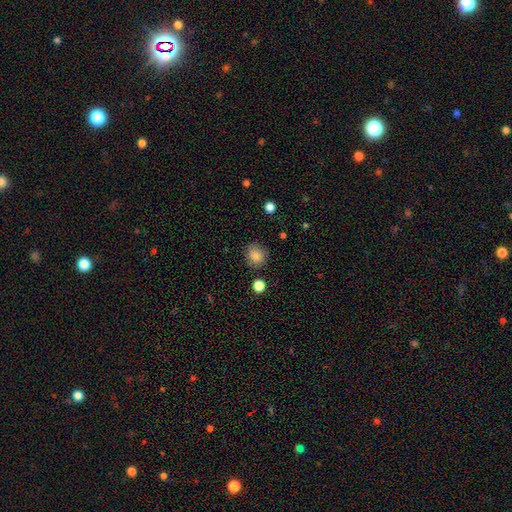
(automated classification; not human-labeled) A smooth galaxy with no disk features (85%) that is round (83%). Merging: none (83%).